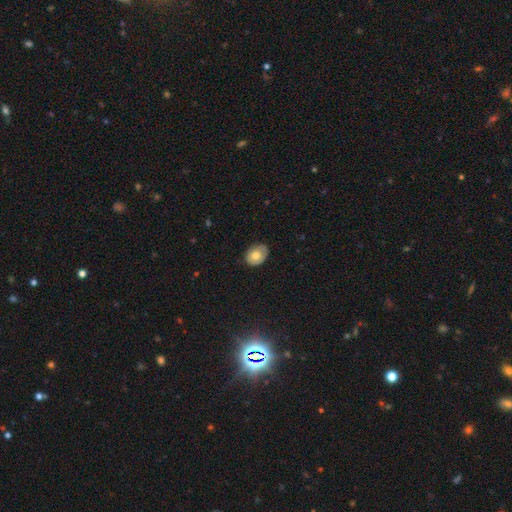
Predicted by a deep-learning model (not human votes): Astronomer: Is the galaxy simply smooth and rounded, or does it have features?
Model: smooth — 69%.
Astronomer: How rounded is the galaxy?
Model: in between — 63%.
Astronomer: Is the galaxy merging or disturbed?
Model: none — 77%.